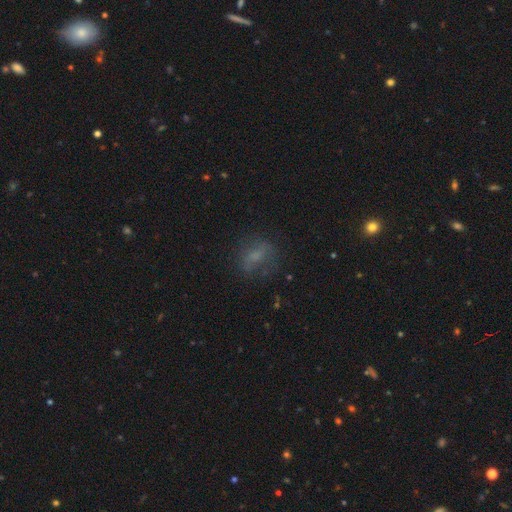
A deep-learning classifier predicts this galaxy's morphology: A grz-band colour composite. It shows a smooth galaxy with no disk features (56%) that is in between round and cigar-shaped (58%). Merging: none (62%).